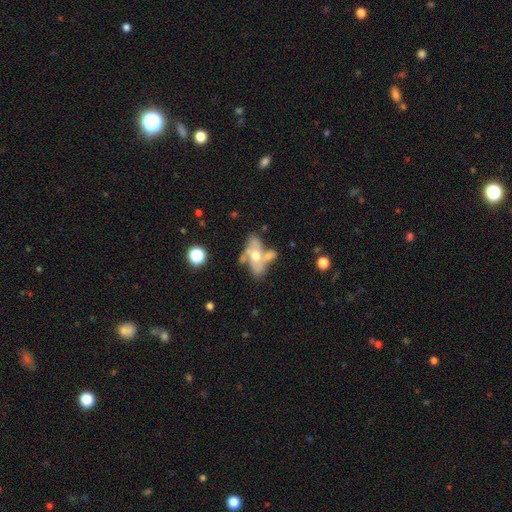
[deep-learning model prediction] This appears to be a featured or disk galaxy (51%). Merging: merger (43%).